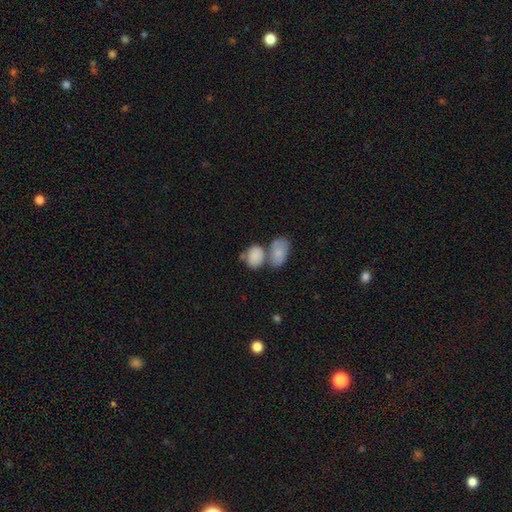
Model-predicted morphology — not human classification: Smooth or featured? smooth (84%)
How rounded? in between (66%)
Merging? merger (46%)